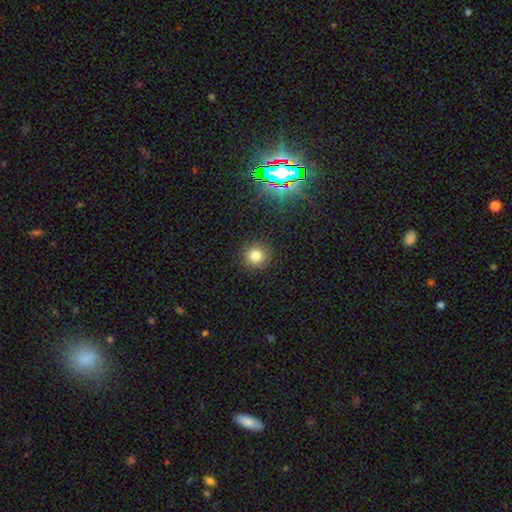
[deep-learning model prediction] smooth 79%, star or artifact 15%, featured or disk 6%. Down the decision tree: how rounded — round (92%); merging — none (91%).